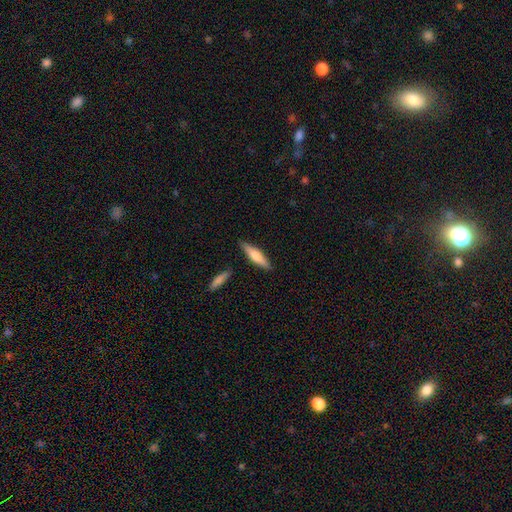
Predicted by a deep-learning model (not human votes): Overall: smooth (56%; featured or disk 38%). How rounded: cigar-shaped (74%). Merging: none (86%).